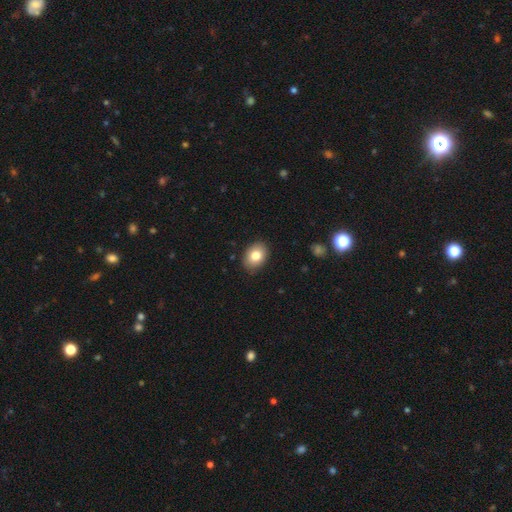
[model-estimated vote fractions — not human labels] A smooth galaxy with no disk features (81%) that is in between round and cigar-shaped (74%). Merging: none (87%).